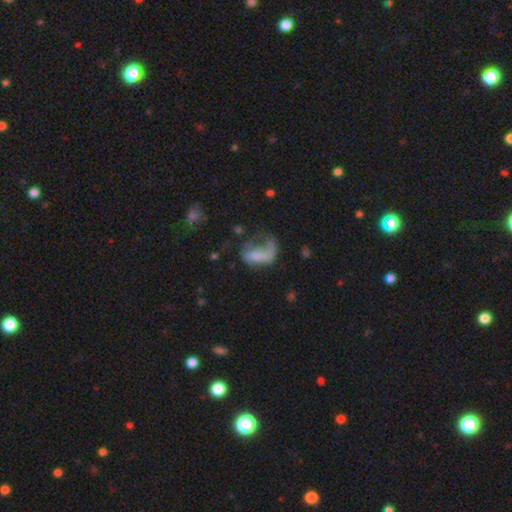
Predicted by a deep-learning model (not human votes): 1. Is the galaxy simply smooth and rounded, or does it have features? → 54% featured or disk, 28% smooth, 19% star or artifact.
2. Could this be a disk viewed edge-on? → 96% no, 4% yes.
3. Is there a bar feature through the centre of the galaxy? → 66% no, 25% weak, 9% strong.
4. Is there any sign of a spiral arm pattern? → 59% yes, 41% no.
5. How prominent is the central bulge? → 40% none, 39% small, 16% moderate, 3% large, 2% dominant.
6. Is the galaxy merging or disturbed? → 46% major disturbance, 31% none, 18% minor disturbance, 6% merger.